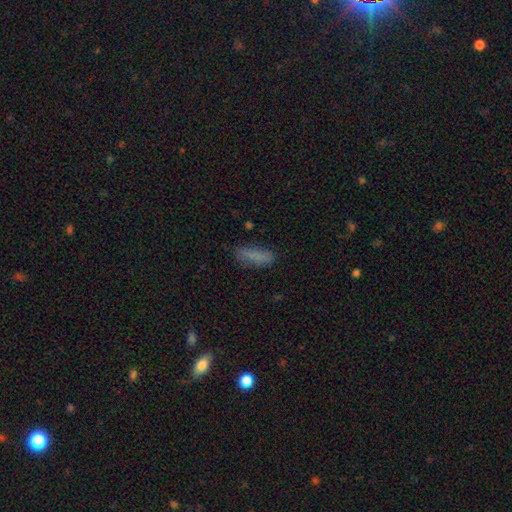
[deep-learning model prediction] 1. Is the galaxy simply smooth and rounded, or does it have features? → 79% smooth, 11% featured or disk, 10% star or artifact.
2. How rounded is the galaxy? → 49% in between (tied), 49% cigar-shaped (tied), 2% round.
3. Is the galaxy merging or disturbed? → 70% none, 21% minor disturbance, 7% major disturbance, 2% merger.